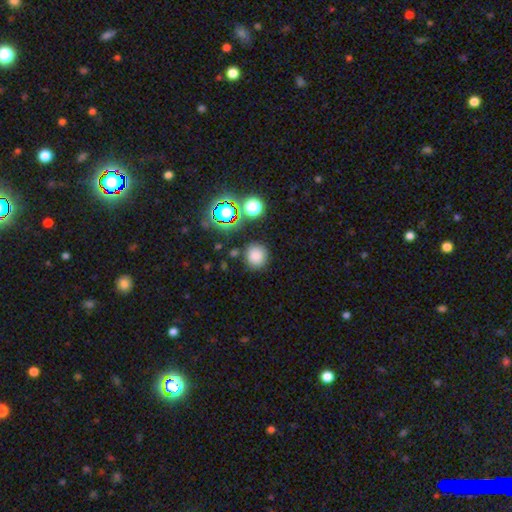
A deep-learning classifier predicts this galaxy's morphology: Smooth or featured? Predicted: smooth (p=0.78). How rounded? Predicted: round (p=0.89). Merging? Predicted: none (p=0.83).